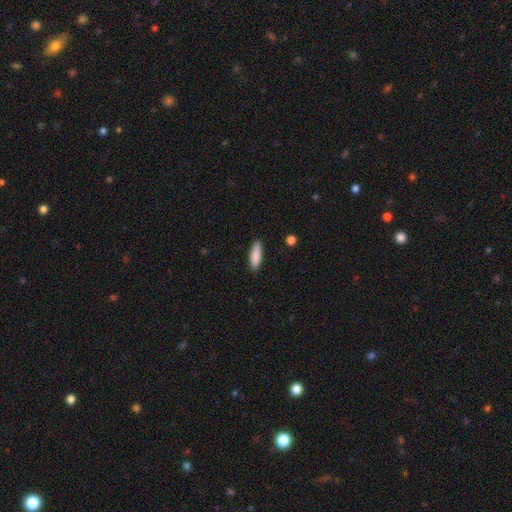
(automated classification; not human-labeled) Q: Smooth or featured?
A: smooth (87%); runner-up: featured or disk (7%)
Q: How rounded?
A: cigar-shaped (55%); runner-up: in between (43%)
Q: Merging?
A: none (86%); runner-up: minor disturbance (10%)